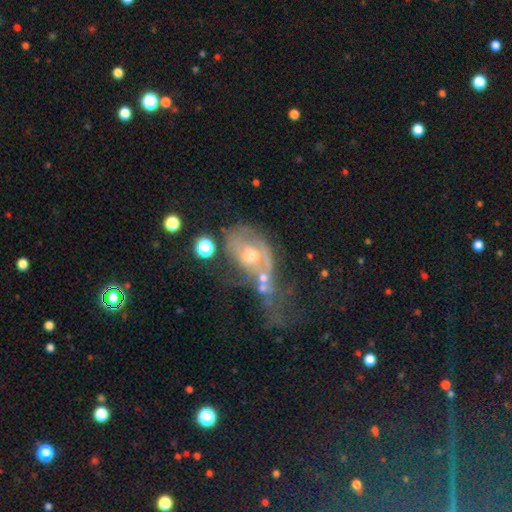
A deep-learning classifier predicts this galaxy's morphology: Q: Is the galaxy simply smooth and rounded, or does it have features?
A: featured or disk — 52%.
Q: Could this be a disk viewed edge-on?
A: no — 92%.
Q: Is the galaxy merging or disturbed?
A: merger — 46%.